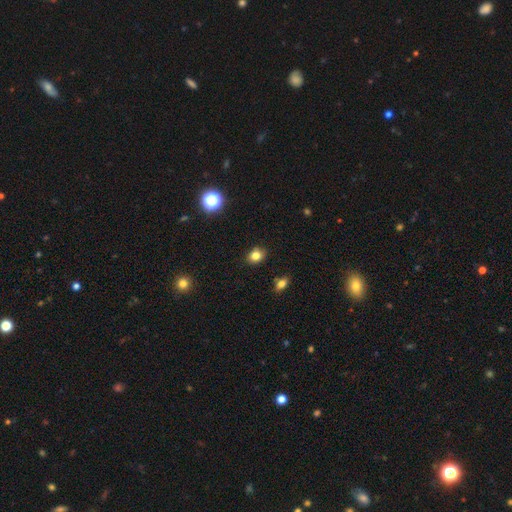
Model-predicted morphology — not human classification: The model was most divided on "how rounded": in between: 53%, round: 46%, cigar-shaped: 1%. More confident: merging — none (85%); smooth or featured — smooth (81%).